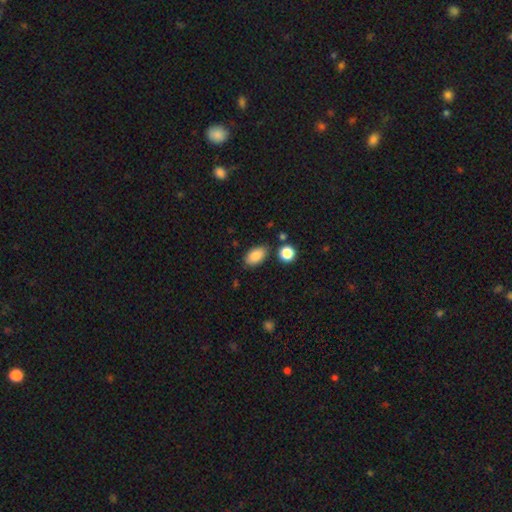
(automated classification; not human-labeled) Smooth or featured? smooth (86%)
How rounded? in between (91%)
Merging? none (81%)